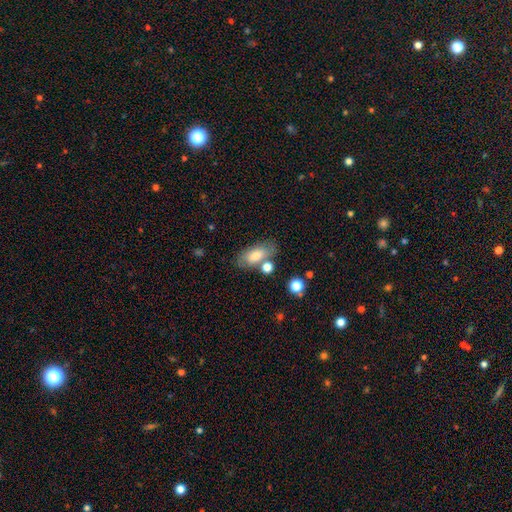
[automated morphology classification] Smooth or featured: smooth — 74% (featured or disk — 18%)
How rounded: in between — 88% (cigar-shaped — 7%)
Merging: none — 66% (minor disturbance — 15%)